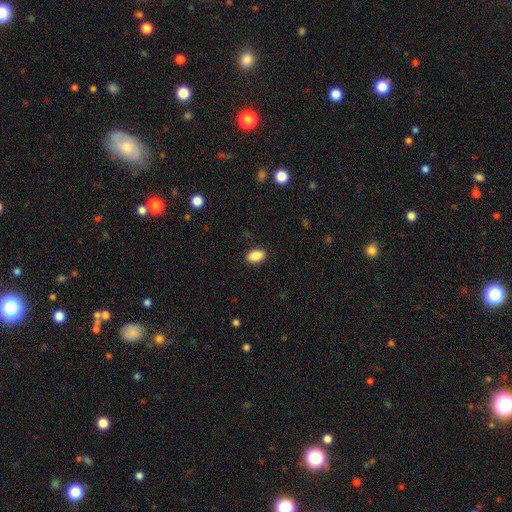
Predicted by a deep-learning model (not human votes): The model was most divided on "smooth or featured": smooth: 89%, star or artifact: 7%, featured or disk: 3%. More confident: how rounded — in between (92%); merging — none (90%).